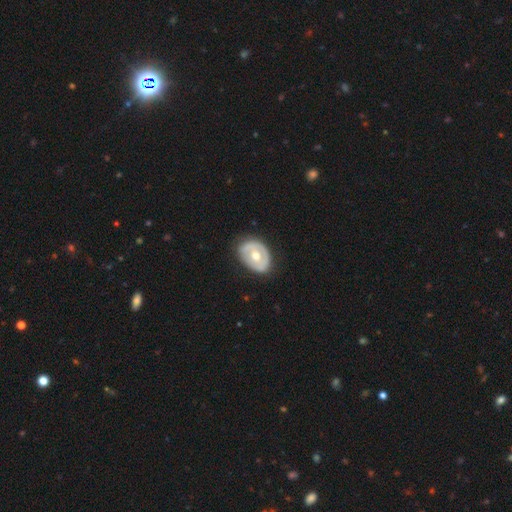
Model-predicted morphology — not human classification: A featured or disk galaxy (53%).

Vote fractions:
- Smooth or featured? featured or disk: 53% / smooth: 42% / star or artifact: 5%
- Edge-on disk? no: 93% / yes: 7%
- Merging? none: 73% / minor disturbance: 21% / major disturbance: 5% / merger: 1%